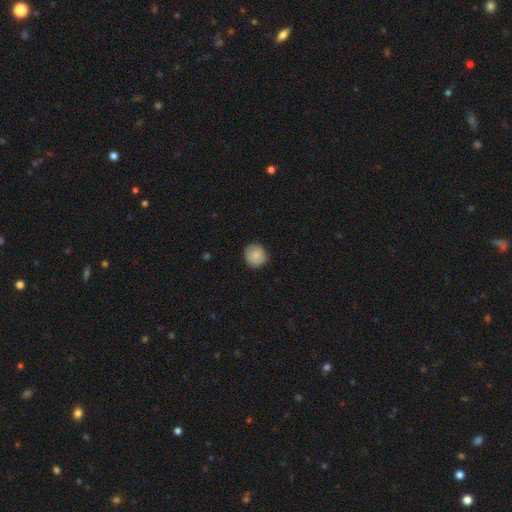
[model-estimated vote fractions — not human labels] Smooth or featured? smooth (82%)
How rounded? round (90%)
Merging? none (83%)